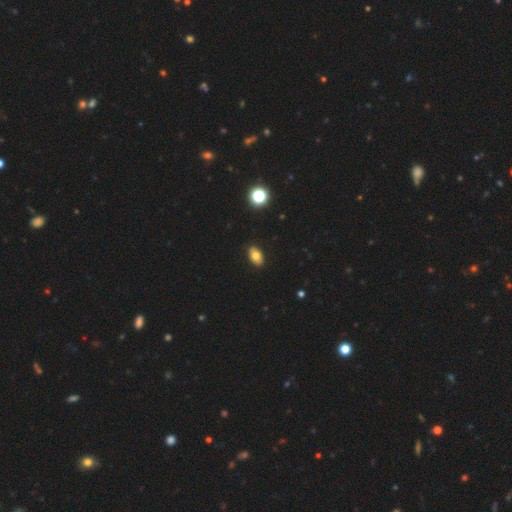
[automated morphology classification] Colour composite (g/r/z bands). It shows a smooth galaxy with no disk features (75%) that is in between round and cigar-shaped (89%). Merging: none (89%).